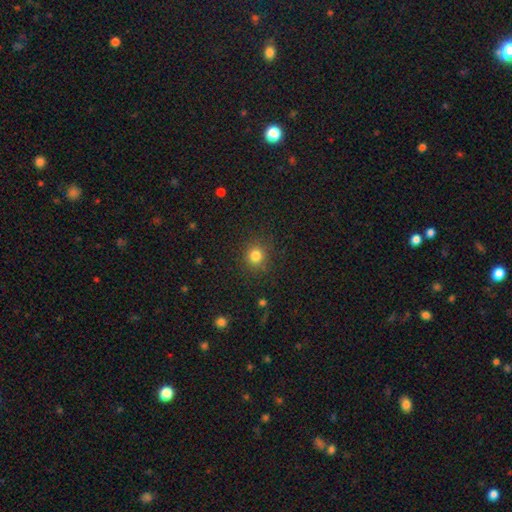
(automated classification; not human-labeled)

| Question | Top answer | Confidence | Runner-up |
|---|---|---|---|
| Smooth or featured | smooth | 81% | star or artifact (14%) |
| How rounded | round | 91% | in between (8%) |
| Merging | none | 88% | minor disturbance (8%) |